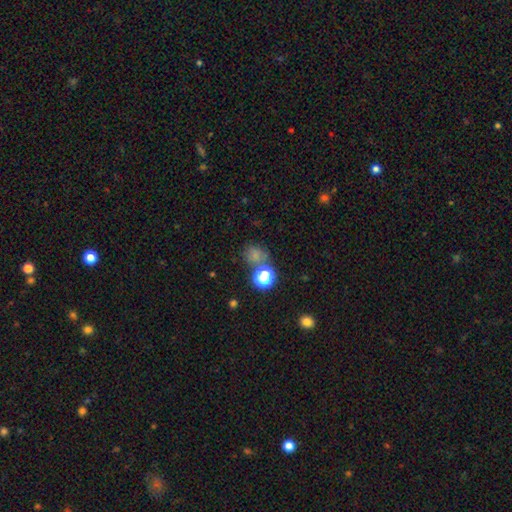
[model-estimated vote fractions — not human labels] smooth-or-featured: smooth: 66% | star or artifact: 26% | featured or disk: 8%
  how-rounded: round: 78% | in between: 21% | cigar-shaped: 1%
  merging: none: 61% | merger: 19% | minor disturbance: 13% | major disturbance: 7%